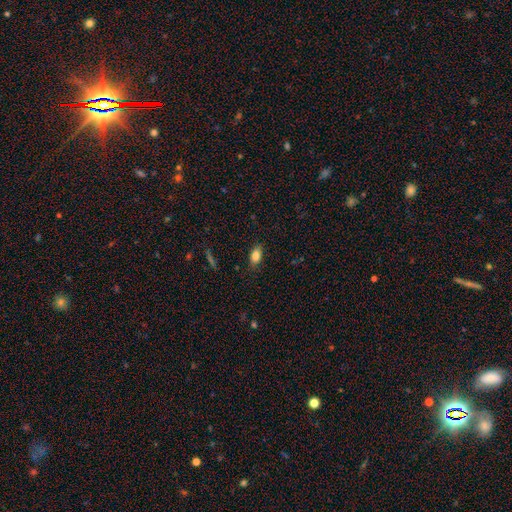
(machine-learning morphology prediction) Smooth or featured? smooth (83%)
How rounded? in between (86%)
Merging? none (83%)